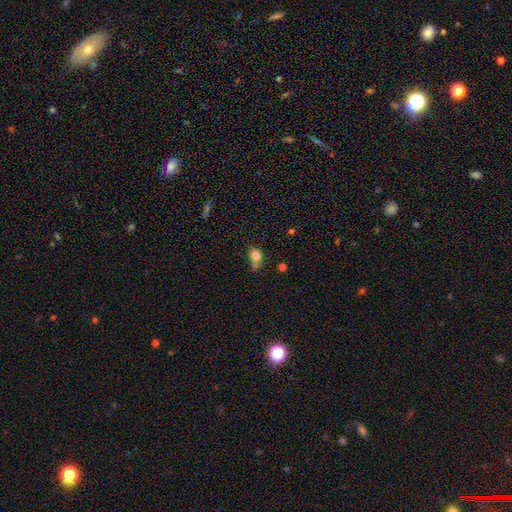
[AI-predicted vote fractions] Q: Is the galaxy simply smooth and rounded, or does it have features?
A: smooth — 80%.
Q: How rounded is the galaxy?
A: in between — 51%.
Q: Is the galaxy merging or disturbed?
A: none — 46%.